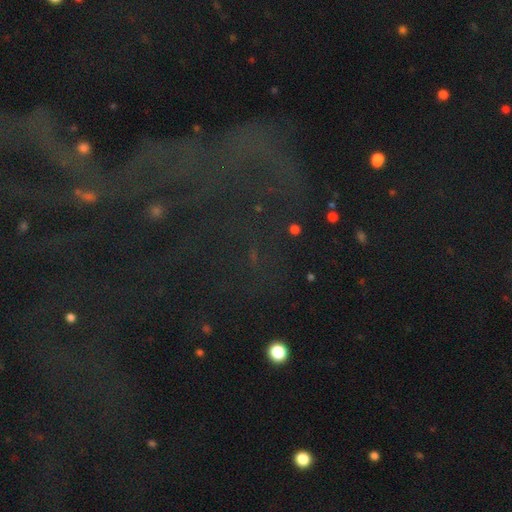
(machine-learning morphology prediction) Smooth or featured? star or artifact (70%)